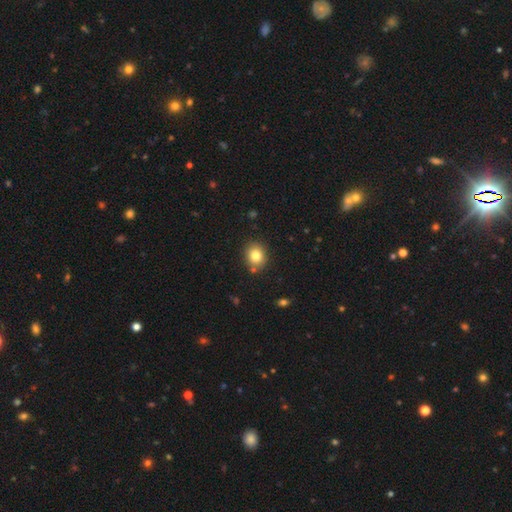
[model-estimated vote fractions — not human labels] This is likely a smooth galaxy (80%). How rounded: likely round (72%). Merging: clearly none (84%).